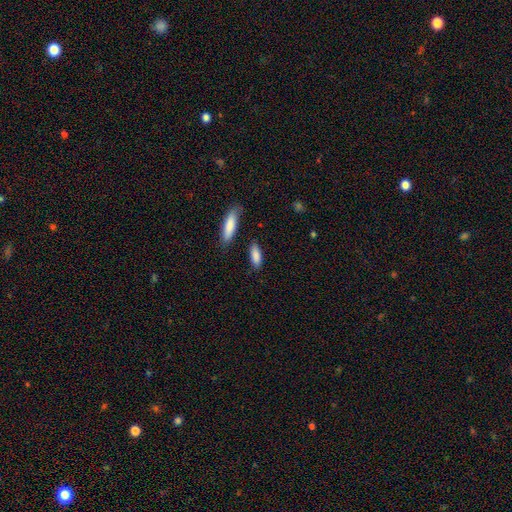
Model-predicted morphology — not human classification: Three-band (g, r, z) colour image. It shows a smooth galaxy with no disk features (87%) that is in between round and cigar-shaped (63%). Merging: none (80%).